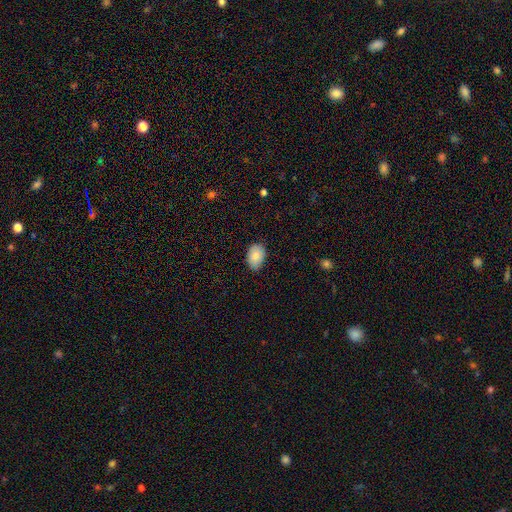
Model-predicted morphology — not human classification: Q: Smooth or featured?
A: smooth (86%); runner-up: star or artifact (7%)
Q: How rounded?
A: in between (85%); runner-up: round (14%)
Q: Merging?
A: none (79%); runner-up: minor disturbance (17%)